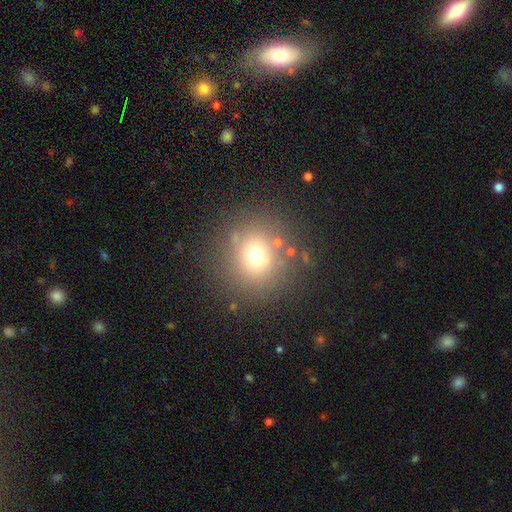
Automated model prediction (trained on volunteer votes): smooth_or_featured: smooth (p=0.67) [alt: star or artifact p=0.20]
how_rounded: round (p=0.88) [alt: in between p=0.11]
merging: none (p=0.81) [alt: minor disturbance p=0.09]